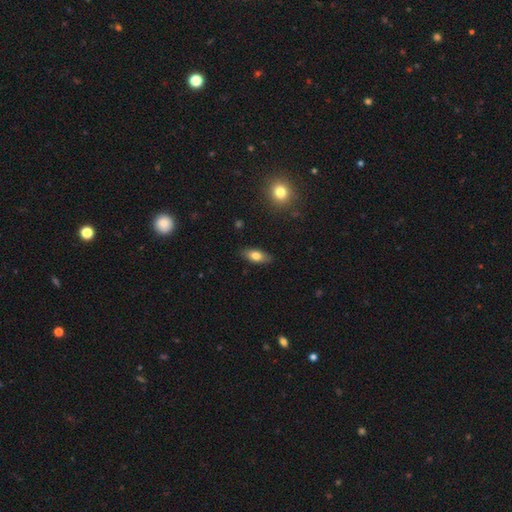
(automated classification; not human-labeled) A smooth galaxy with no disk features (76%) that is in between round and cigar-shaped (84%).

Vote fractions:
- Smooth or featured? smooth: 76% / featured or disk: 16% / star or artifact: 7%
- How rounded? in between: 84% / cigar-shaped: 12% / round: 4%
- Merging? none: 86% / minor disturbance: 11% / major disturbance: 2% / merger: 1%